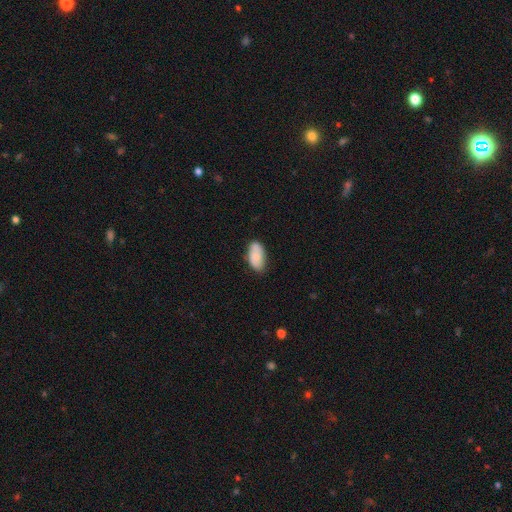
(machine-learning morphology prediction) type=smooth (77%); roundness=in between (93%); merging=none (73%).